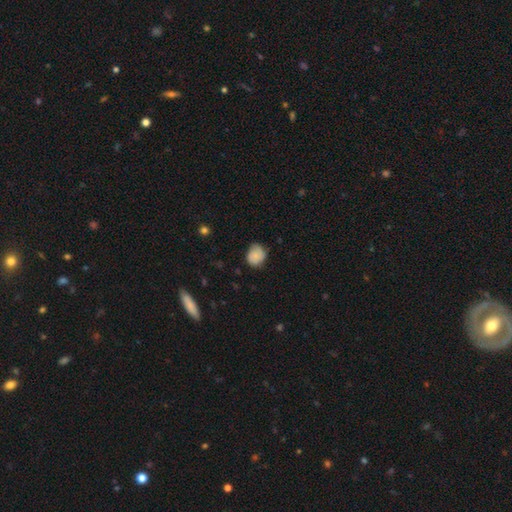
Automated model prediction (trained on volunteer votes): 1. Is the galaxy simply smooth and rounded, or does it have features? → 79% smooth, 13% featured or disk, 8% star or artifact.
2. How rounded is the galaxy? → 68% round, 32% in between, 1% cigar-shaped.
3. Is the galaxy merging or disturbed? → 67% none, 27% minor disturbance, 4% major disturbance, 1% merger.